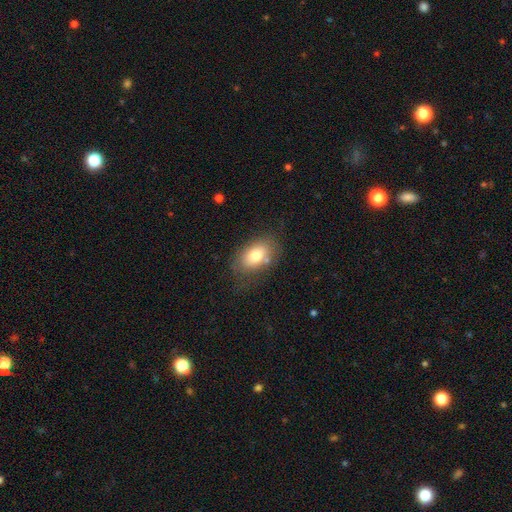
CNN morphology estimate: smooth_or_featured: smooth (p=0.75) [alt: featured or disk p=0.17]
how_rounded: in between (p=0.87) [alt: round p=0.11]
merging: none (p=0.70) [alt: minor disturbance p=0.18]